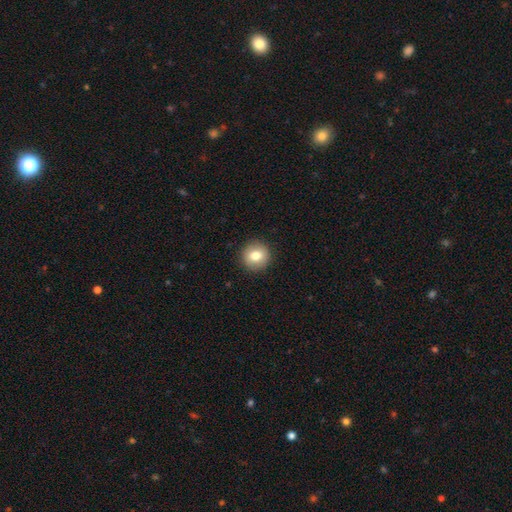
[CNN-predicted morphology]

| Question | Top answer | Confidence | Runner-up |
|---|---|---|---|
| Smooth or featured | smooth | 79% | featured or disk (12%) |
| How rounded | round | 93% | in between (6%) |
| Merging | none | 92% | minor disturbance (6%) |